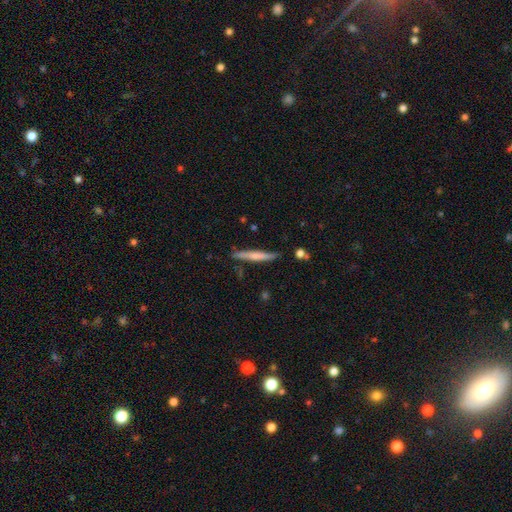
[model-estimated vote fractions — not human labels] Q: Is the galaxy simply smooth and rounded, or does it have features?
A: smooth — 53%.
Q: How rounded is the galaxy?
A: cigar-shaped — 95%.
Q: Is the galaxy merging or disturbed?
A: none — 86%.